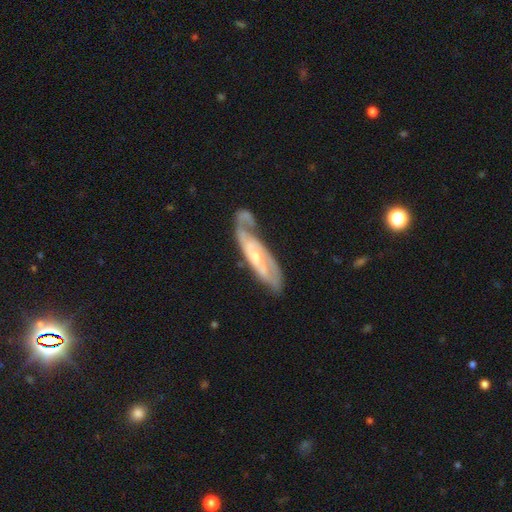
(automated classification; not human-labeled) A featured or disk galaxy (79%) with no bar (53%), 2 (57%) tight (42%) spiral arms (89%) and a small central bulge (54%). Merging: none (52%).